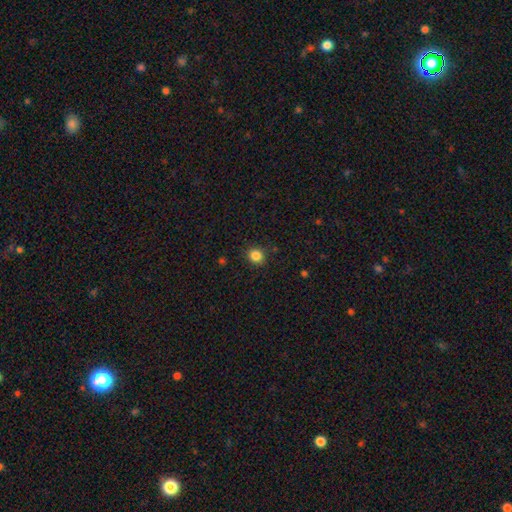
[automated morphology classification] smooth-or-featured: smooth: 85% | star or artifact: 12% | featured or disk: 4%
  how-rounded: round: 85% | in between: 14% | cigar-shaped: 1%
  merging: none: 89% | minor disturbance: 7% | major disturbance: 2% | merger: 1%